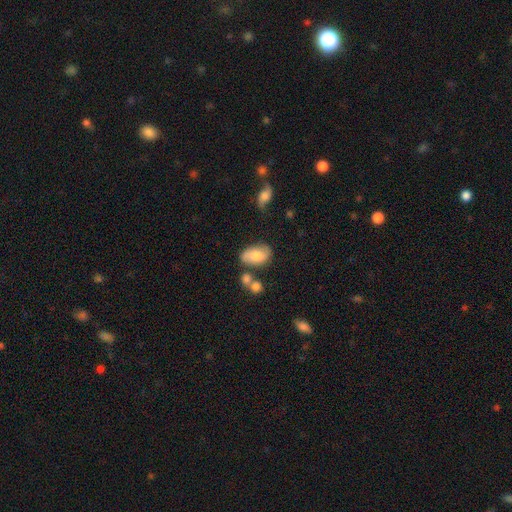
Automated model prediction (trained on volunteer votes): This appears to be a smooth galaxy with no disk features (68%) that is in between round and cigar-shaped (90%). Merging: none (58%).